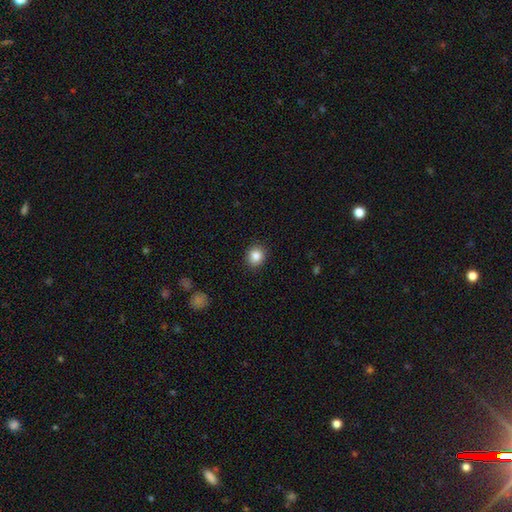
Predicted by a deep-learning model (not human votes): The model was most divided on "how rounded": round: 80%, in between: 19%, cigar-shaped: 1%. More confident: merging — none (90%); smooth or featured — smooth (85%).